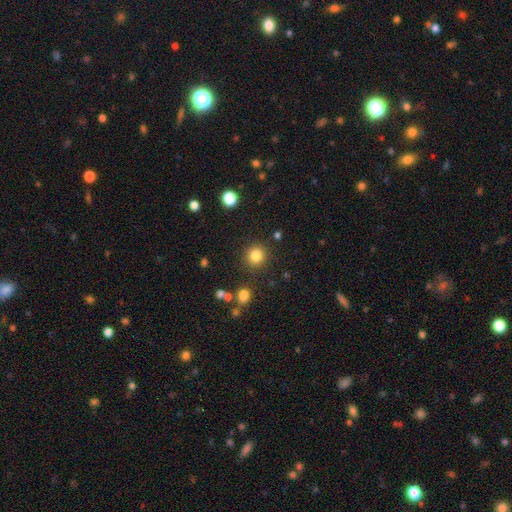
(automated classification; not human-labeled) Smooth or featured? smooth (83%)
How rounded? round (91%)
Merging? none (87%)